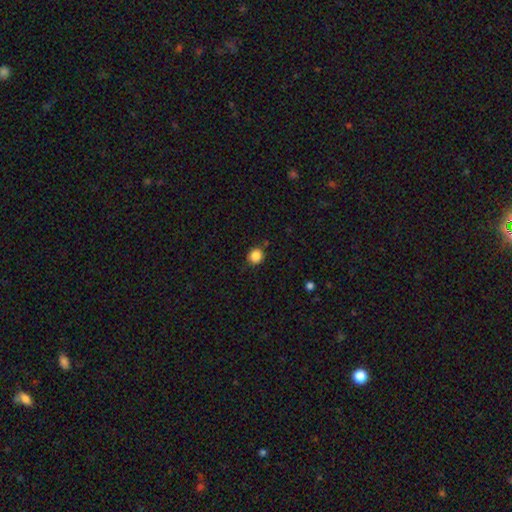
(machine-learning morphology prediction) smooth_or_featured: smooth (p=0.86) [alt: star or artifact p=0.10]
how_rounded: round (p=0.88) [alt: in between p=0.11]
merging: none (p=0.85) [alt: minor disturbance p=0.10]